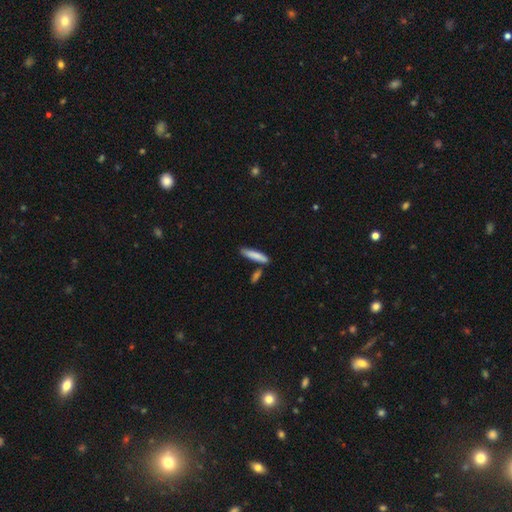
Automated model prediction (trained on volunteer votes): Smooth or featured: smooth — 81% (featured or disk — 13%)
How rounded: cigar-shaped — 84% (in between — 15%)
Merging: none — 73% (merger — 12%)